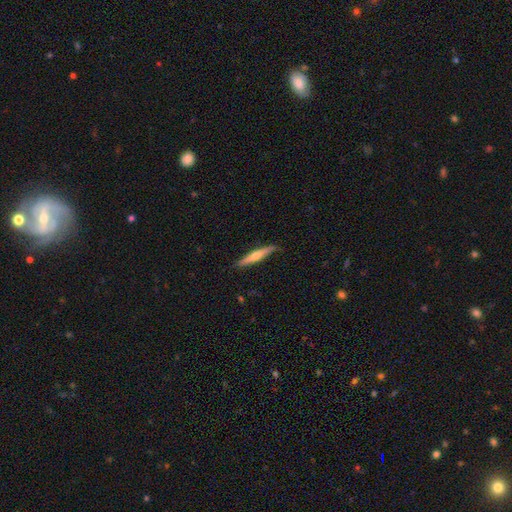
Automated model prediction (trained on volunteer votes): This appears to be a featured or disk galaxy (56%) viewed edge-on (95%) with a rounded central bulge (85%). Merging: none (86%).